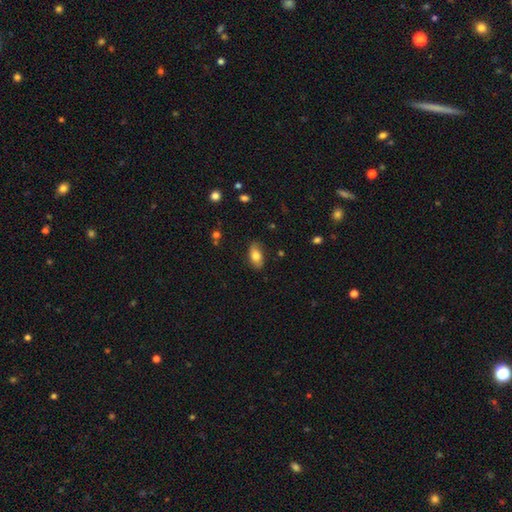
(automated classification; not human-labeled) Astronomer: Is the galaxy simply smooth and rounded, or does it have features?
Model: smooth — 78%.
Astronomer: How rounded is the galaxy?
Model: in between — 90%.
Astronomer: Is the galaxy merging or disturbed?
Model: none — 82%.